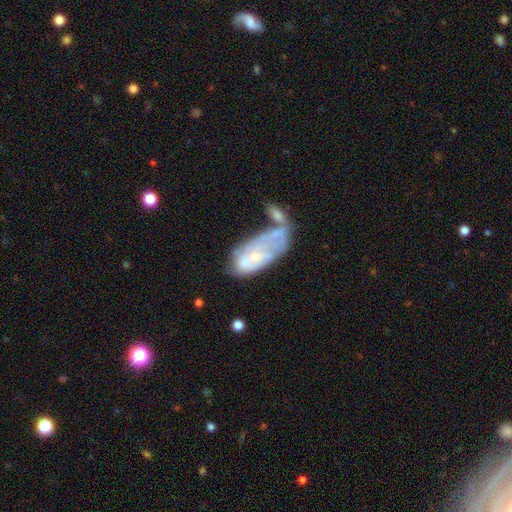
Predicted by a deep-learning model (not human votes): Overall: featured or disk (55%; smooth 36%). Edge-on disk: no (93%). Bar: no (83%). Spiral arms: no (71%). Bulge size: small (56%; moderate 21%). Merging: merger (42%; major disturbance 21%).